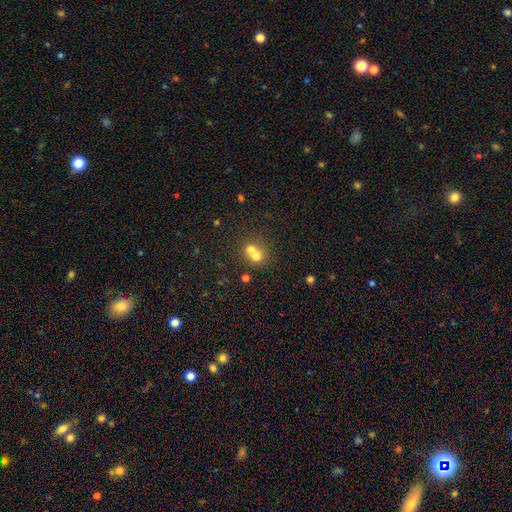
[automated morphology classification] This appears to be a smooth galaxy with no disk features (65%) that is round (78%). Merging: merger (66%).